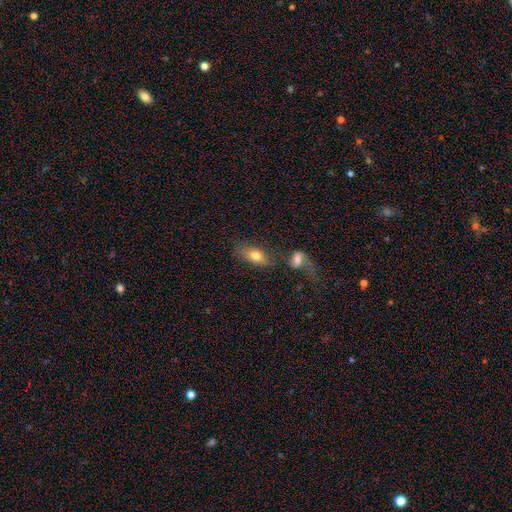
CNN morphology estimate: A smooth galaxy with no disk features (71%) that is in between round and cigar-shaped (85%). Merging: none (48%).